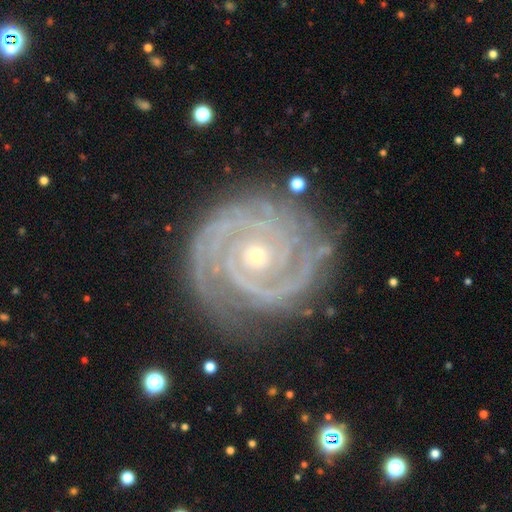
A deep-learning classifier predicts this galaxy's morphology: Overall: featured or disk (92%). Edge-on disk: no (98%). Bar: no (75%). Spiral arms: yes (99%). Spiral arm count: 2 (44%; 3 24%). Spiral winding: tight (85%). Bulge size: small (65%; moderate 32%). Merging: none (79%).